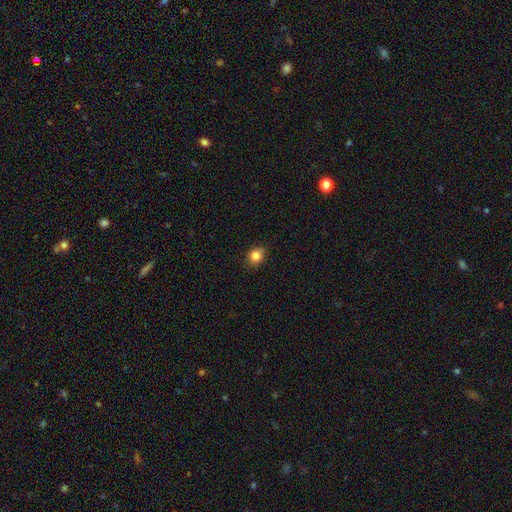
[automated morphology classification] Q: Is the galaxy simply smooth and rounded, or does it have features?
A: smooth — 84%.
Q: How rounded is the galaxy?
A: round — 71%.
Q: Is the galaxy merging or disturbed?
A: none — 86%.